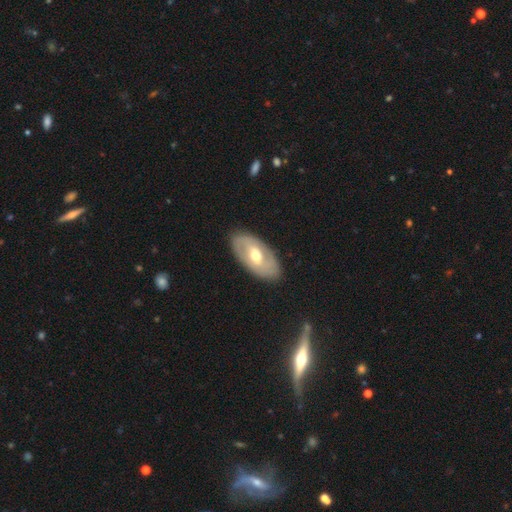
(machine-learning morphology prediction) smooth-or-featured: featured or disk: 56% | smooth: 39% | star or artifact: 5%
  disk-edge-on: no: 89% | yes: 11%
  merging: none: 85% | minor disturbance: 11% | major disturbance: 3% | merger: 1%